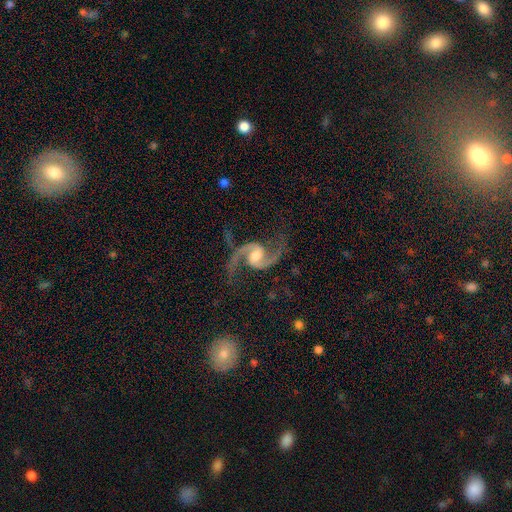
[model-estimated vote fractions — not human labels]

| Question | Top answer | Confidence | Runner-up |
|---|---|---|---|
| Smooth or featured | featured or disk | 94% | star or artifact (4%) |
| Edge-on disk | no | 98% | yes (2%) |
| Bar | weak | 48% | no (38%) |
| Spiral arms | yes | 99% | no (1%) |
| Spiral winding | medium | 49% | loose (44%) |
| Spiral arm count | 2 | 95% | 1 (1%) |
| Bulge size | moderate | 58% | small (21%) |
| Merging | none | 77% | minor disturbance (14%) |